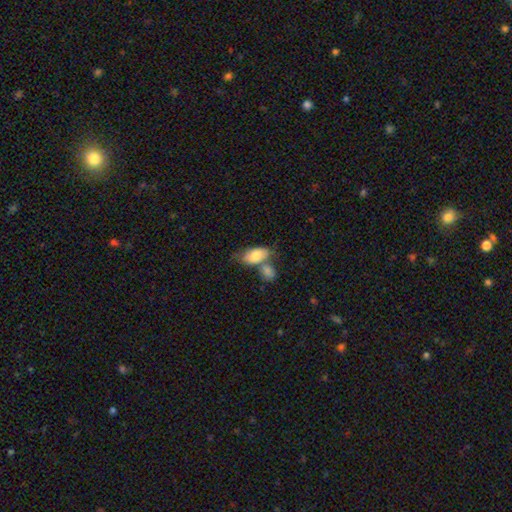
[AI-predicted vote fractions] smooth_or_featured: smooth (p=0.77) [alt: featured or disk p=0.17]
how_rounded: in between (p=0.92) [alt: round p=0.05]
merging: merger (p=0.46) [alt: none p=0.33]